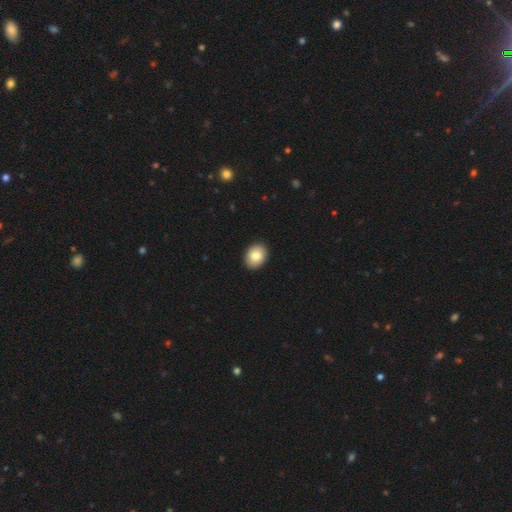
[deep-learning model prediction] The model was most divided on "how rounded": in between: 67%, round: 32%, cigar-shaped: 1%. More confident: merging — none (92%); smooth or featured — smooth (84%).